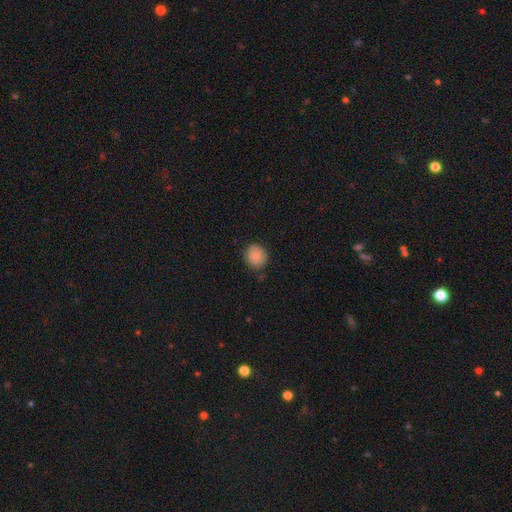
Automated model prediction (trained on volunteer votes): smooth_or_featured: smooth (p=0.87) [alt: star or artifact p=0.08]
how_rounded: round (p=0.83) [alt: in between p=0.16]
merging: none (p=0.83) [alt: minor disturbance p=0.12]